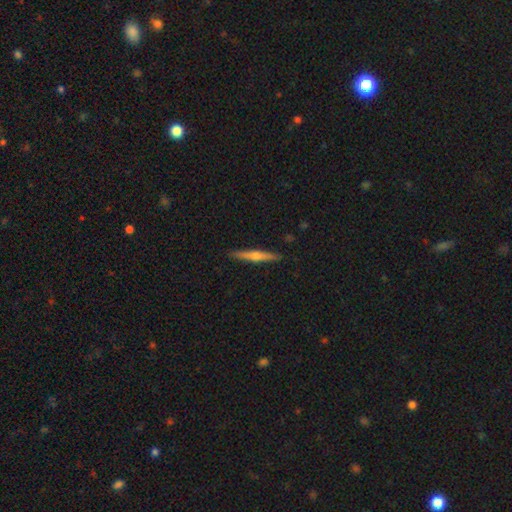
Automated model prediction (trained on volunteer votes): A featured or disk galaxy (63%) viewed edge-on (98%) with a rounded central bulge (83%). Merging: none (91%).